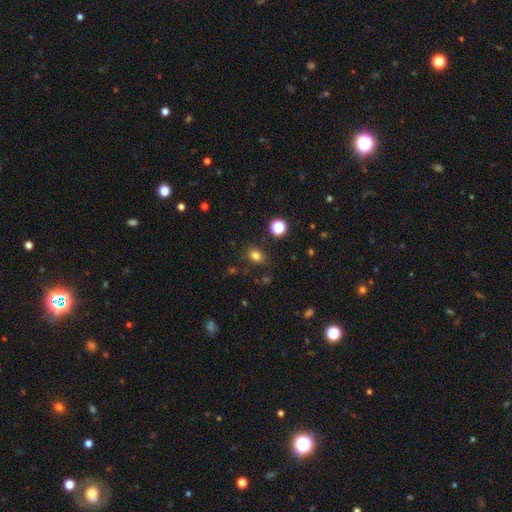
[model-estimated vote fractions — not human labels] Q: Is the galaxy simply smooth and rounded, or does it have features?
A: smooth — 79%.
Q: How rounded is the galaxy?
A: in between — 63%.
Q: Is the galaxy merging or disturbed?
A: none — 81%.